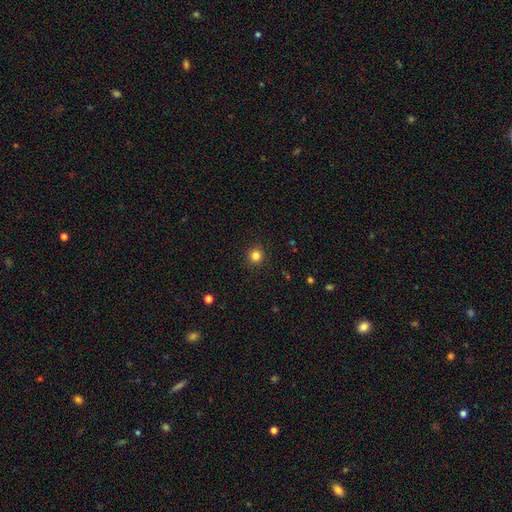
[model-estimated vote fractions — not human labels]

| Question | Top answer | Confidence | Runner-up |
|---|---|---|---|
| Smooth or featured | smooth | 83% | star or artifact (13%) |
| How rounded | round | 94% | in between (6%) |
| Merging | none | 92% | minor disturbance (5%) |